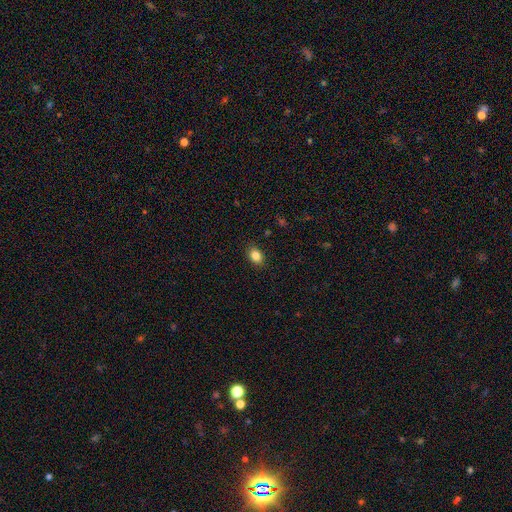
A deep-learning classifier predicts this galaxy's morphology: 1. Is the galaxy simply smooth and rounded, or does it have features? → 84% smooth, 10% star or artifact, 6% featured or disk.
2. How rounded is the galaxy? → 72% in between, 26% round, 1% cigar-shaped.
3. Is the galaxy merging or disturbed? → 88% none, 9% minor disturbance, 2% major disturbance, 1% merger.